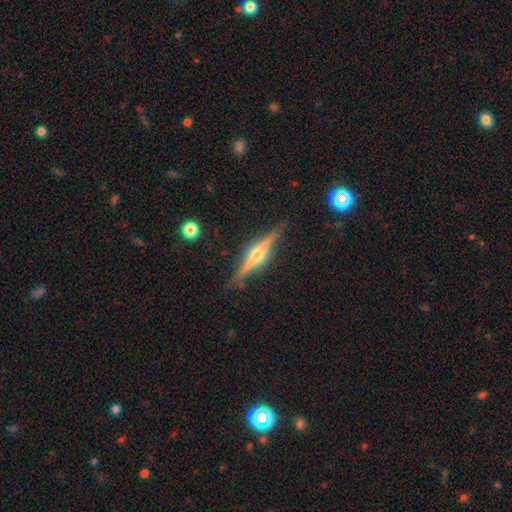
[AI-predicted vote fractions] smooth-or-featured: featured or disk: 85% | smooth: 10% | star or artifact: 6%
  disk-edge-on: yes: 98% | no: 2%
    edge-on-bulge: rounded: 91% | boxy: 6% | none: 3%
  merging: none: 90% | minor disturbance: 7% | major disturbance: 2% | merger: 1%